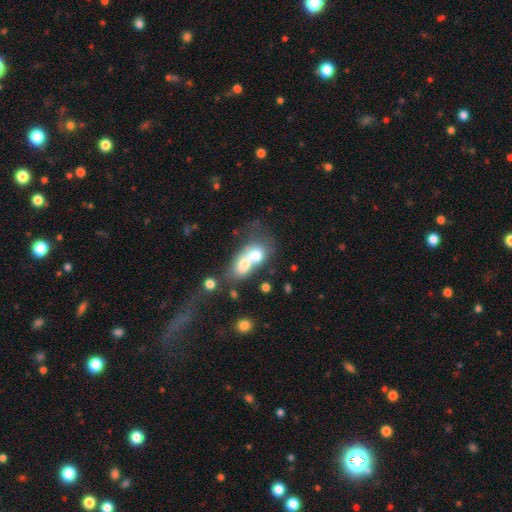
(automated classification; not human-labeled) smooth-or-featured: smooth: 65% | featured or disk: 26% | star or artifact: 9%
  how-rounded: in between: 61% | round: 35% | cigar-shaped: 4%
  merging: merger: 75% | none: 13% | major disturbance: 7% | minor disturbance: 6%